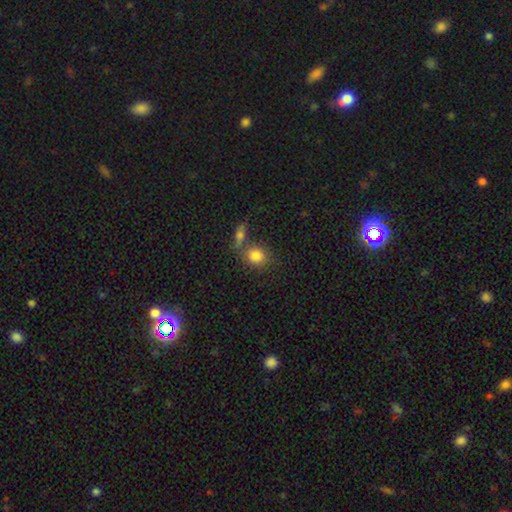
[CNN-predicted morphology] type=smooth (82%); roundness=round (67%); merging=none (56%).